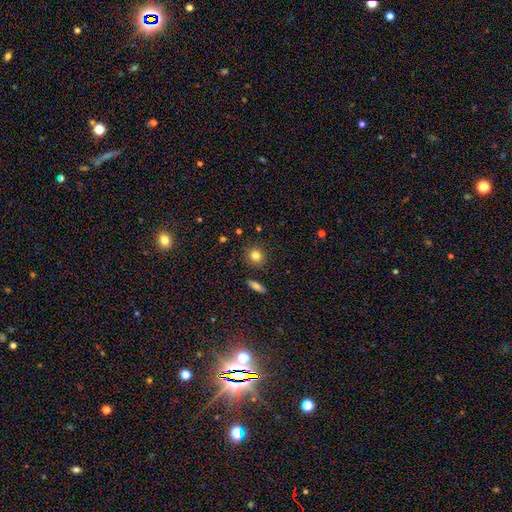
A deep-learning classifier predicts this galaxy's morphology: smooth-or-featured: smooth: 81% | star or artifact: 11% | featured or disk: 8%
  how-rounded: round: 81% | in between: 18% | cigar-shaped: 2%
  merging: none: 87% | minor disturbance: 8% | merger: 2% | major disturbance: 2%